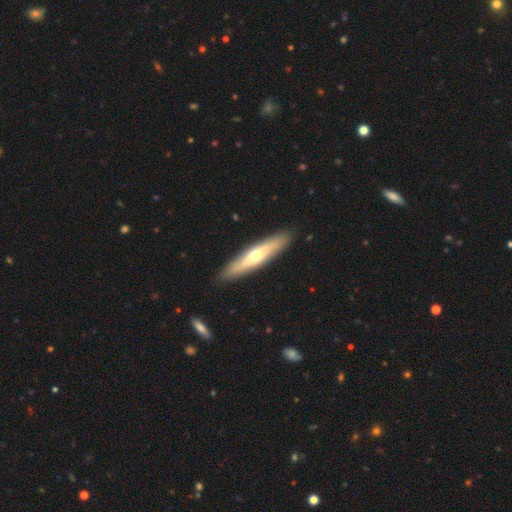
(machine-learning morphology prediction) Smooth or featured? featured or disk (53%)
Edge-on disk? yes (81%)
Merging? none (90%)